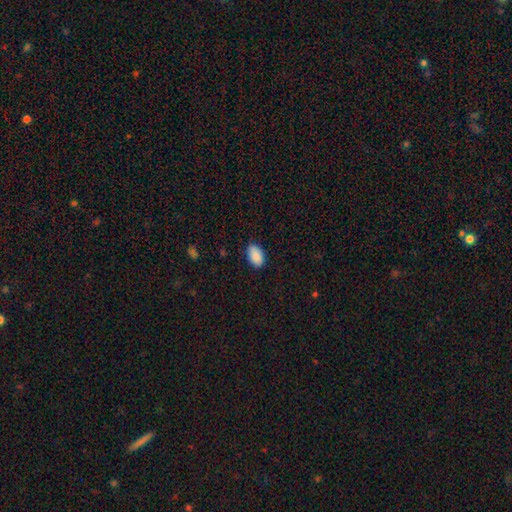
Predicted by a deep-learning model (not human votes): This appears to be a smooth galaxy with no disk features (89%) that is in between round and cigar-shaped (93%). Merging: none (83%).